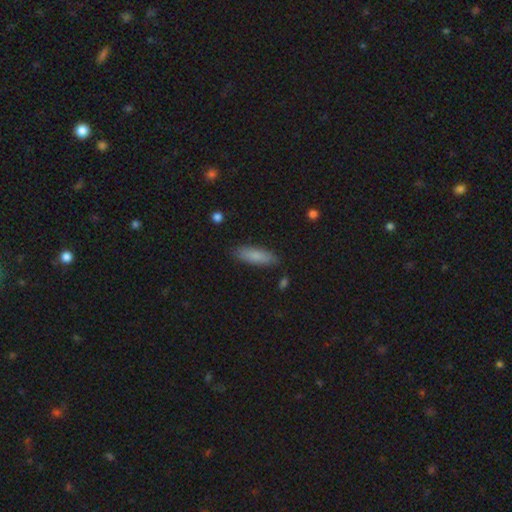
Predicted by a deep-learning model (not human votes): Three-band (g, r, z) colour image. It shows a smooth galaxy with no disk features (81%) that is in between round and cigar-shaped (51%). Merging: none (85%).